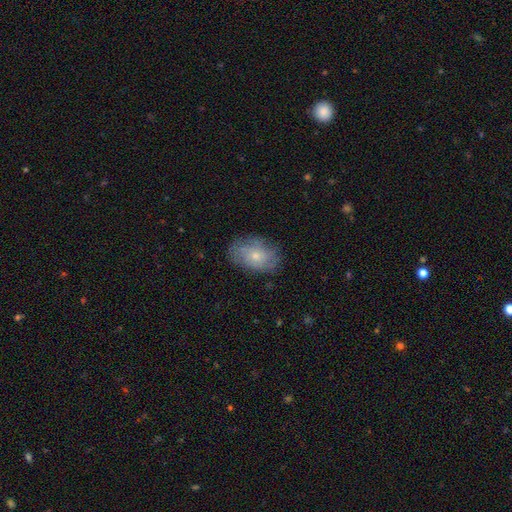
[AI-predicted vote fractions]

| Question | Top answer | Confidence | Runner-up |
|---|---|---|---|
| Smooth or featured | smooth | 59% | featured or disk (33%) |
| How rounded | in between | 83% | round (16%) |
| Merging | none | 74% | minor disturbance (19%) |